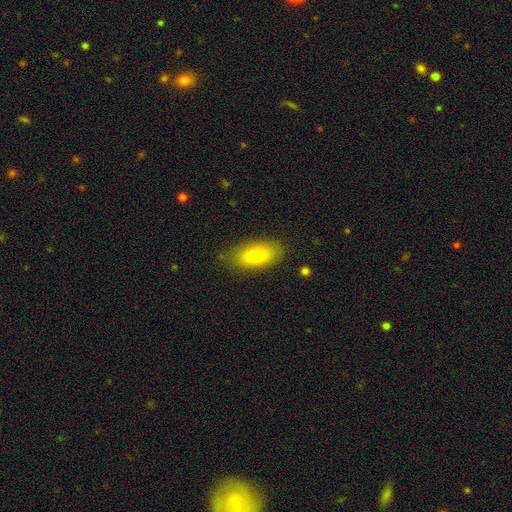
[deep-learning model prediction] Q: Smooth or featured?
A: smooth (76%); runner-up: featured or disk (16%)
Q: How rounded?
A: in between (86%); runner-up: cigar-shaped (9%)
Q: Merging?
A: none (80%); runner-up: minor disturbance (15%)